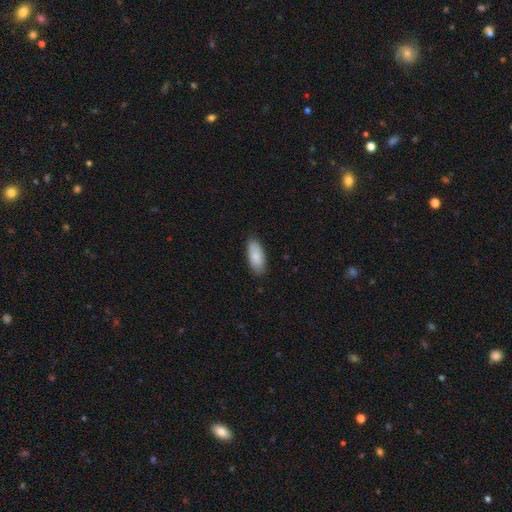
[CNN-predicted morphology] Smooth or featured? Predicted: smooth (p=0.84). How rounded? Predicted: in between (p=0.85). Merging? Predicted: none (p=0.85).